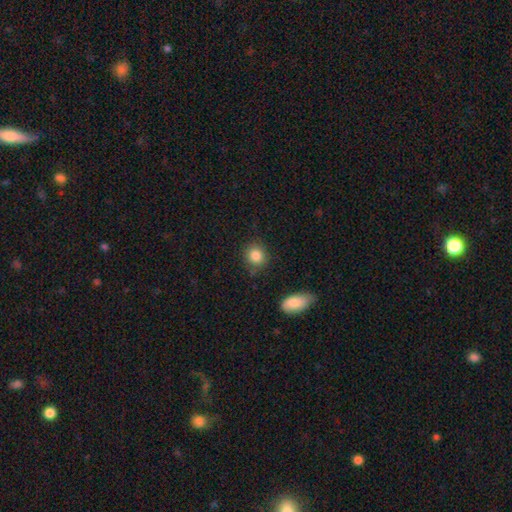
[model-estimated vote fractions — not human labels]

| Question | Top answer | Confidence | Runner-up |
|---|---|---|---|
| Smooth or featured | smooth | 85% | star or artifact (9%) |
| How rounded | round | 81% | in between (18%) |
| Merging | none | 80% | minor disturbance (13%) |